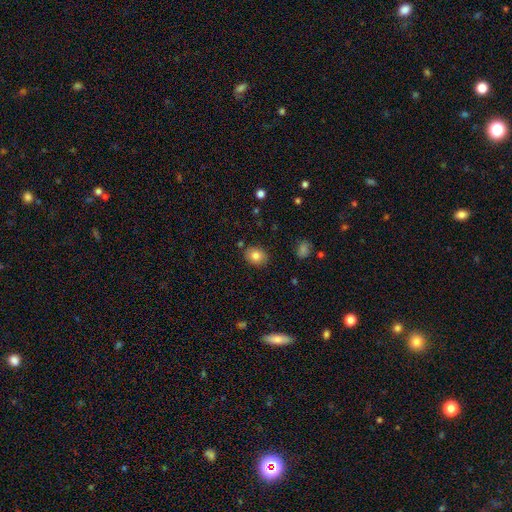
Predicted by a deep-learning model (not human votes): Smooth or featured: smooth — 82% (star or artifact — 9%)
How rounded: in between — 54% (round — 45%)
Merging: none — 85% (minor disturbance — 11%)